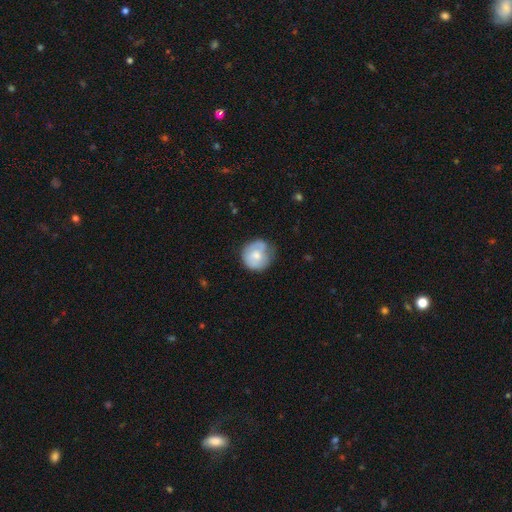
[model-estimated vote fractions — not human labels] Morphology: type=smooth (64%); roundness=round (87%); merging=none (59%).